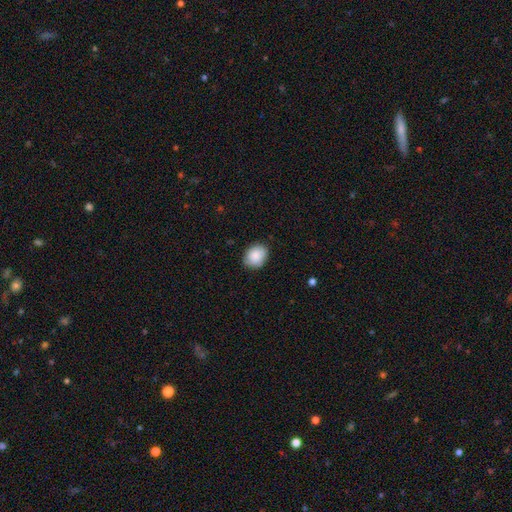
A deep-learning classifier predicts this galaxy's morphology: Smooth or featured? smooth (87%)
How rounded? in between (53%)
Merging? none (83%)